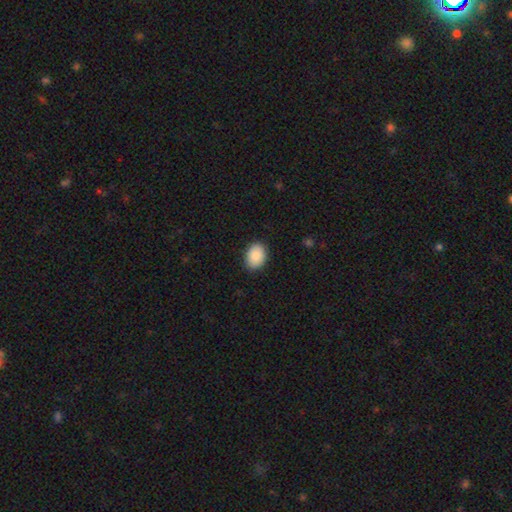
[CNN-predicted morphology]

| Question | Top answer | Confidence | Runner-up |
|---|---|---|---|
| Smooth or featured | smooth | 90% | star or artifact (7%) |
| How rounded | in between | 74% | round (25%) |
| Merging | none | 88% | minor disturbance (9%) |